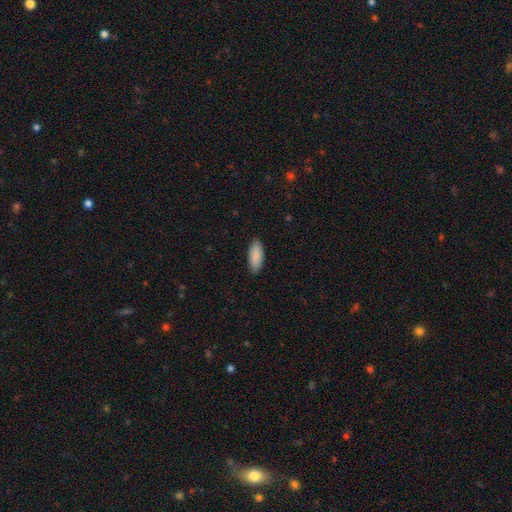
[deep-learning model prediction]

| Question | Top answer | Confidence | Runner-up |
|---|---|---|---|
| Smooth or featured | smooth | 90% | star or artifact (5%) |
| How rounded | in between | 78% | cigar-shaped (20%) |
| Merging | none | 90% | minor disturbance (8%) |